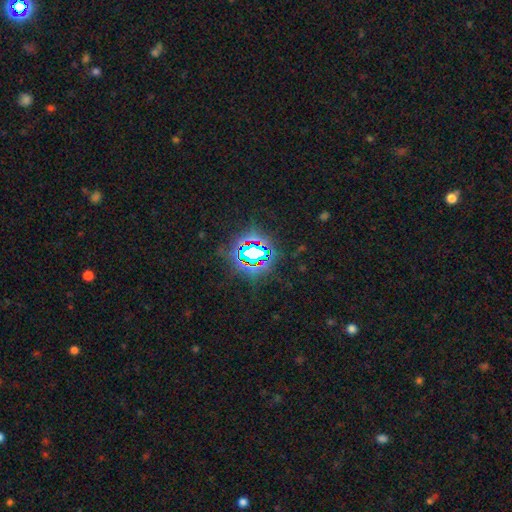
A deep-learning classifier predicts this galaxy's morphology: Smooth or featured: star or artifact — 79% (smooth — 11%)